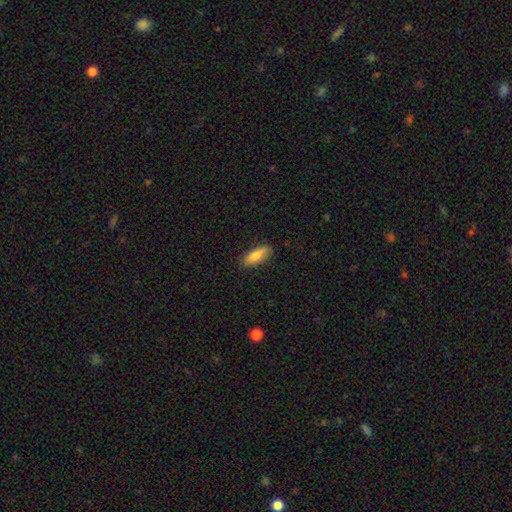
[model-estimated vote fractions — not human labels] Smooth or featured: smooth — 82% (featured or disk — 12%)
How rounded: in between — 69% (cigar-shaped — 29%)
Merging: none — 84% (minor disturbance — 12%)